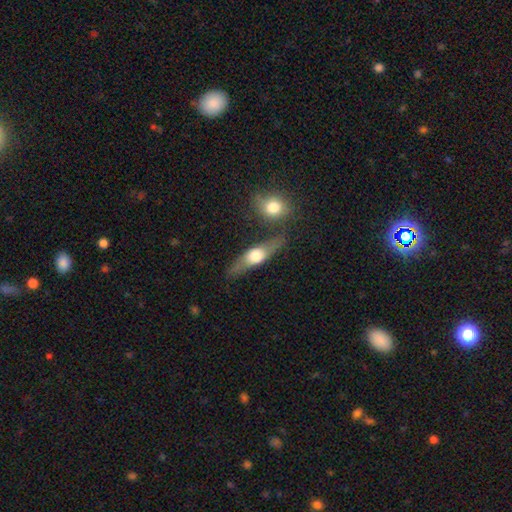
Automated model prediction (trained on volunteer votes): Smooth or featured: featured or disk — 55% (smooth — 39%)
Edge-on disk: yes — 82% (no — 18%)
Merging: none — 70% (minor disturbance — 14%)